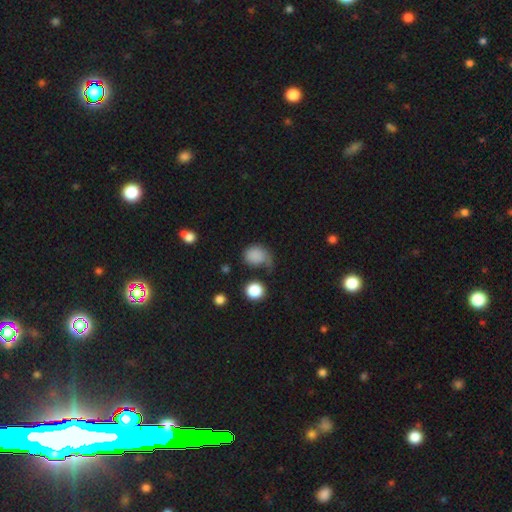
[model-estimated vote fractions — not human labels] Smooth or featured: smooth — 82% (star or artifact — 10%)
How rounded: round — 63% (in between — 36%)
Merging: none — 45% (minor disturbance — 27%)